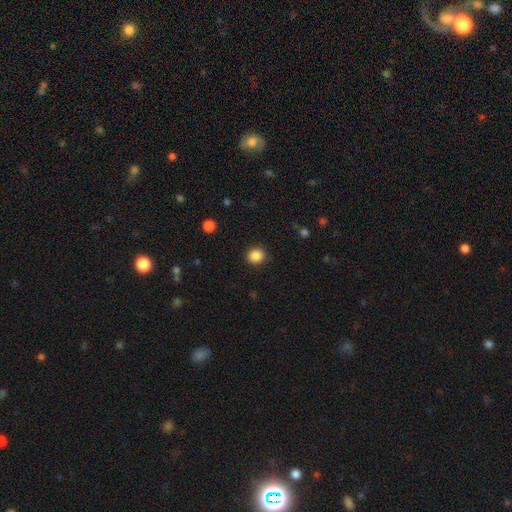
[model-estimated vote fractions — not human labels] Smooth or featured? Predicted: smooth (p=0.87). How rounded? Predicted: round (p=0.85). Merging? Predicted: none (p=0.90).